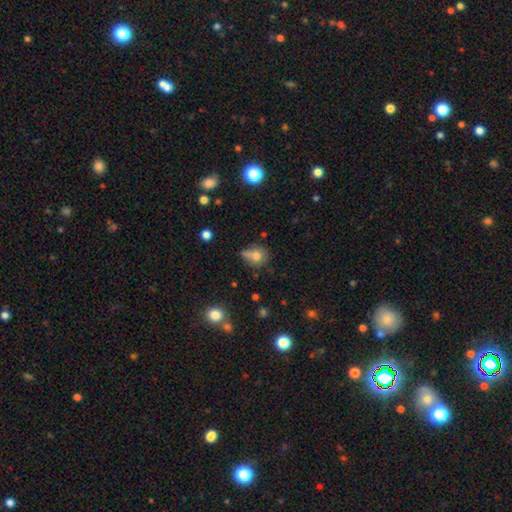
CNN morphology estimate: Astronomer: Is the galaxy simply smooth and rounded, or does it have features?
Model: smooth — 74%.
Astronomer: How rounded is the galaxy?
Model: round — 67%.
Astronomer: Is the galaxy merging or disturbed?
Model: none — 47% (runner-up: minor disturbance, 25%).